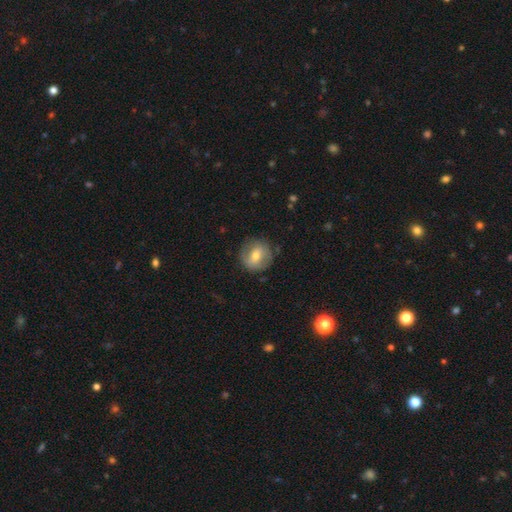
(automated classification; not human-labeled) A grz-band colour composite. It shows a smooth galaxy with no disk features (55%) that is round (87%). Merging: none (82%).